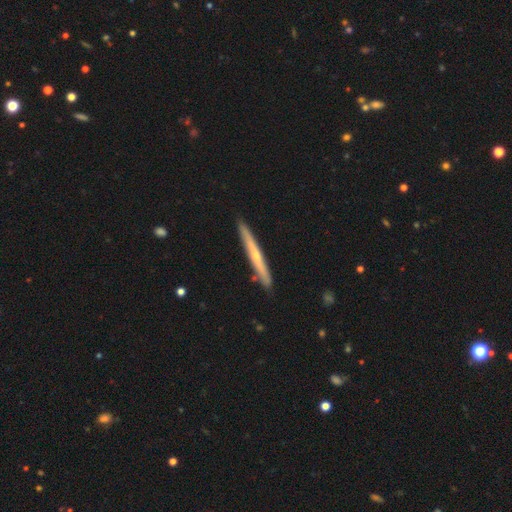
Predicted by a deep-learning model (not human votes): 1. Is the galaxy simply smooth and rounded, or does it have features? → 59% featured or disk, 36% smooth, 5% star or artifact.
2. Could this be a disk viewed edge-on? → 96% yes, 4% no.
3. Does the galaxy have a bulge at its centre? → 60% rounded, 37% none, 3% boxy.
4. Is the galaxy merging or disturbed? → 89% none, 8% minor disturbance, 2% merger, 1% major disturbance.